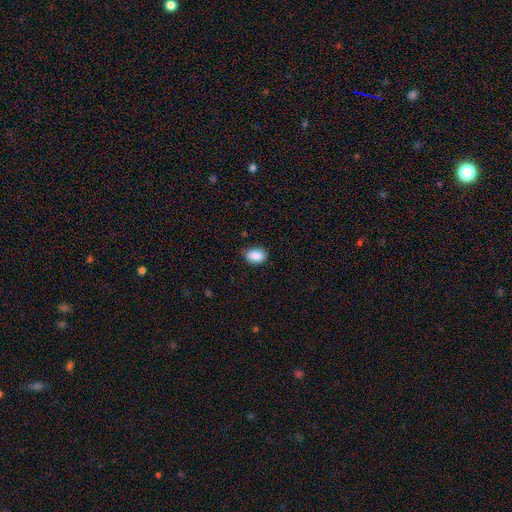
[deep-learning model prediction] This is clearly a smooth galaxy (89%). How rounded: clearly in between (82%). Merging: likely none (79%).